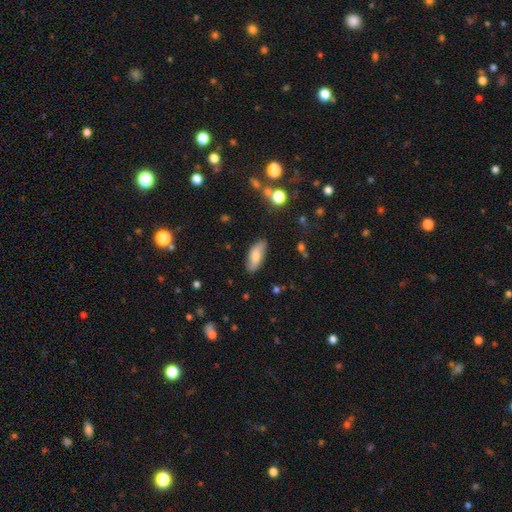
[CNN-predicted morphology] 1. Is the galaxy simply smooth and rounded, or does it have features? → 66% smooth, 27% featured or disk, 7% star or artifact.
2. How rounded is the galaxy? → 76% in between, 21% cigar-shaped, 3% round.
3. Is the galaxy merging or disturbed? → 83% none, 13% minor disturbance, 3% major disturbance, 2% merger.